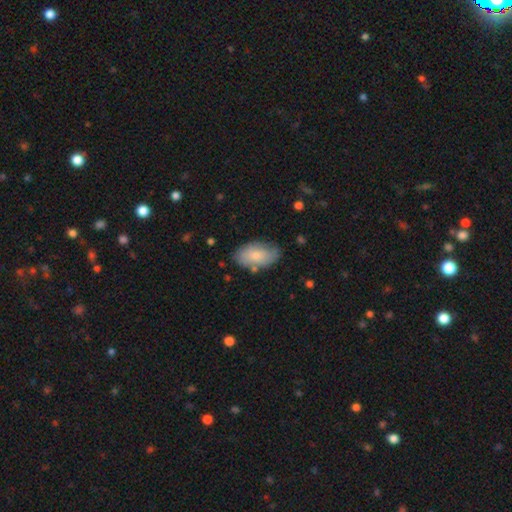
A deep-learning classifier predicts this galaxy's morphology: smooth 77%, featured or disk 17%, star or artifact 6%. Down the decision tree: how rounded — in between (94%); merging — none (71%).